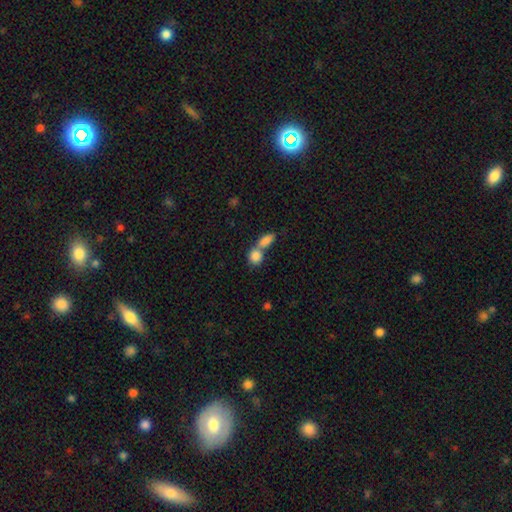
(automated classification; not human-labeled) smooth 84%, featured or disk 8%, star or artifact 8%. Down the decision tree: how rounded — round (54%); merging — merger (60%).